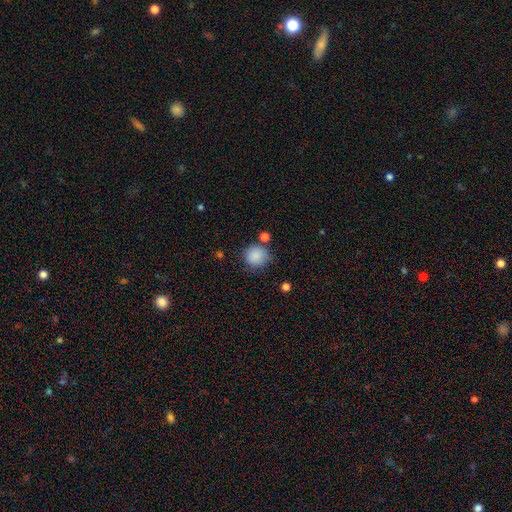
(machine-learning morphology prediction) smooth 86%, star or artifact 10%, featured or disk 4%. Down the decision tree: how rounded — round (89%); merging — none (75%).